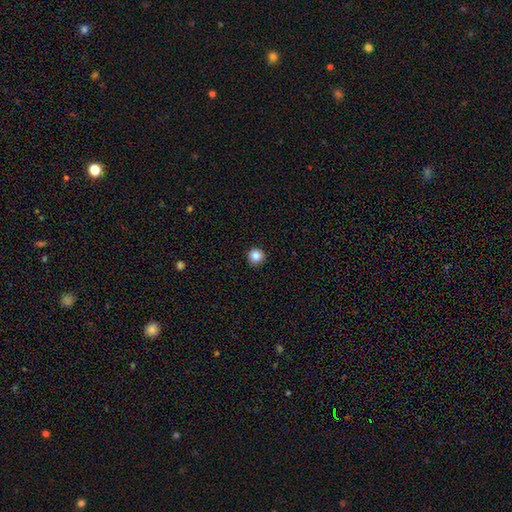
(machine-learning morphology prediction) smooth-or-featured: smooth: 84% | star or artifact: 11% | featured or disk: 5%
  how-rounded: round: 95% | in between: 4% | cigar-shaped: 1%
  merging: none: 92% | minor disturbance: 5% | major disturbance: 1% | merger: 1%